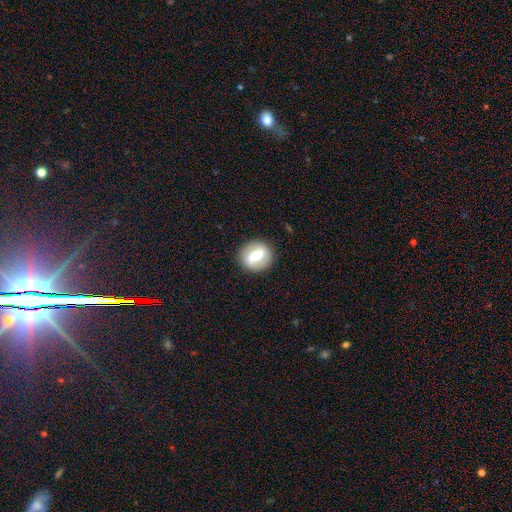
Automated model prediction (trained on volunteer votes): Smooth or featured? featured or disk (52%)
Edge-on disk? no (93%)
Merging? none (86%)